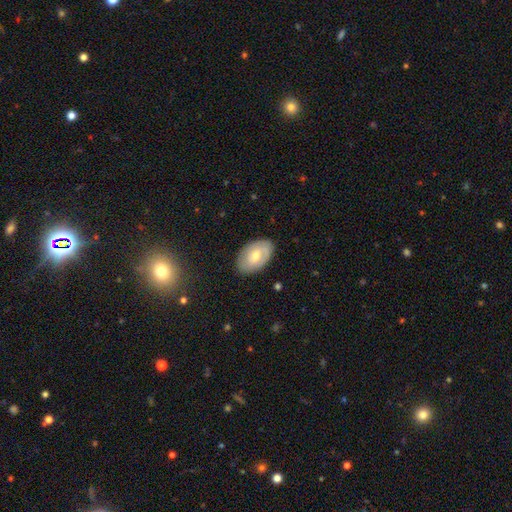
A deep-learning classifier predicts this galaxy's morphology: A smooth galaxy with no disk features (52%) that is in between round and cigar-shaped (91%). Merging: none (83%).